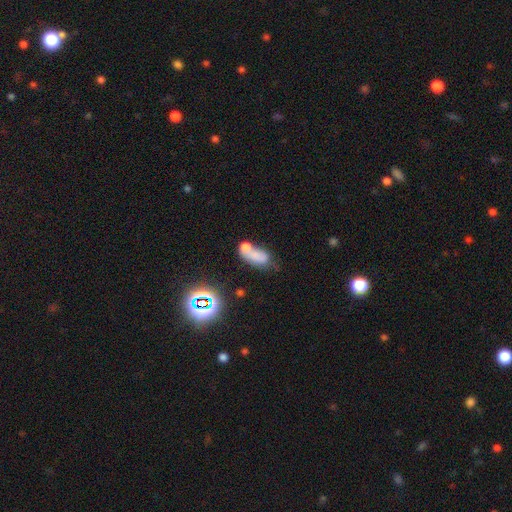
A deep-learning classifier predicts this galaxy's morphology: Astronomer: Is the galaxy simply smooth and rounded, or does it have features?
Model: smooth — 64%.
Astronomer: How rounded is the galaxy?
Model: in between — 84%.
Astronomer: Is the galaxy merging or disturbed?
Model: merger — 52%.